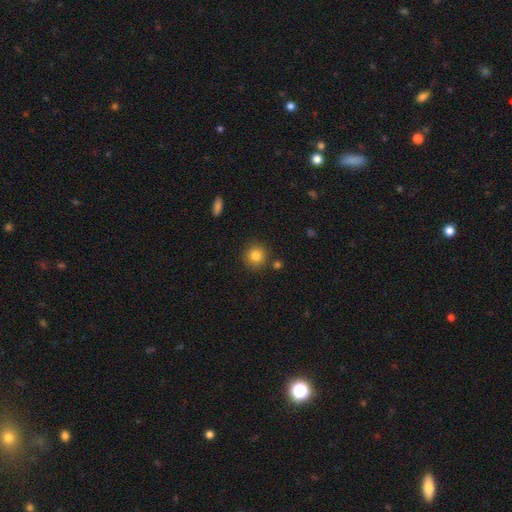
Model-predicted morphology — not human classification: A smooth galaxy with no disk features (83%) that is round (91%).

Vote fractions:
- Smooth or featured? smooth: 83% / star or artifact: 10% / featured or disk: 7%
- How rounded? round: 91% / in between: 8% / cigar-shaped: 1%
- Merging? none: 85% / minor disturbance: 8% / merger: 4% / major disturbance: 2%